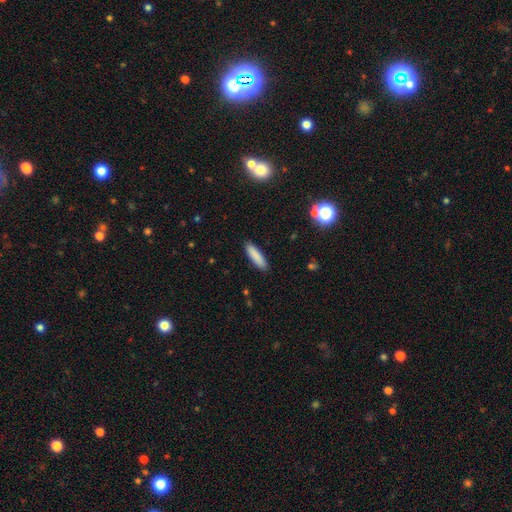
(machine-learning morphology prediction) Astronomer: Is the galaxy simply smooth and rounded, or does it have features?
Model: smooth — 87%.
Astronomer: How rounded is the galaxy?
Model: cigar-shaped — 71%.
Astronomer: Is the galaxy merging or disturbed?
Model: none — 90%.